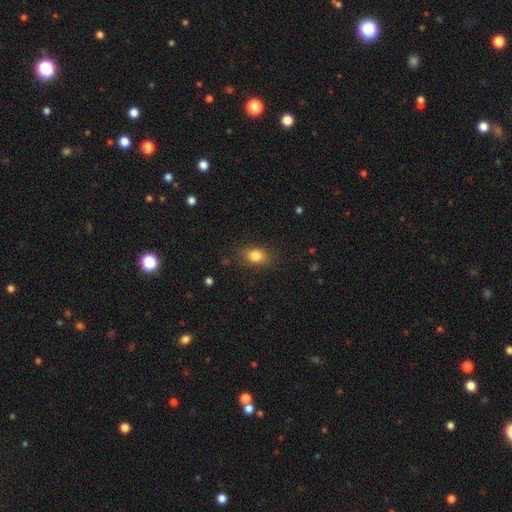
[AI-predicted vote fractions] smooth-or-featured: smooth: 82% | star or artifact: 10% | featured or disk: 8%
  how-rounded: in between: 74% | round: 23% | cigar-shaped: 2%
  merging: none: 83% | minor disturbance: 12% | major disturbance: 3% | merger: 1%